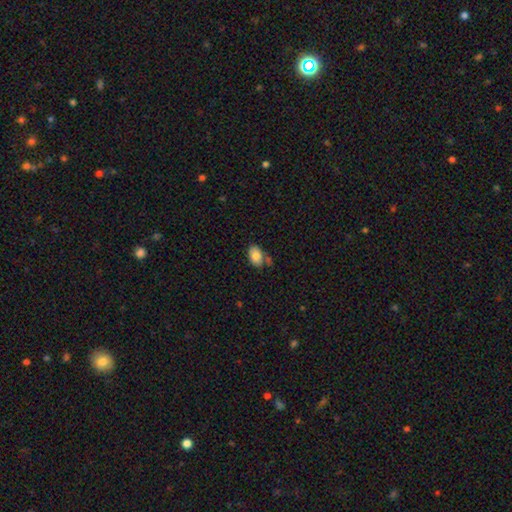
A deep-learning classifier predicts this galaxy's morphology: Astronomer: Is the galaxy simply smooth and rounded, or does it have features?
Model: smooth — 84%.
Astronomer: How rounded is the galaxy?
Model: in between — 90%.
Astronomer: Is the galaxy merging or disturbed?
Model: none — 58%.